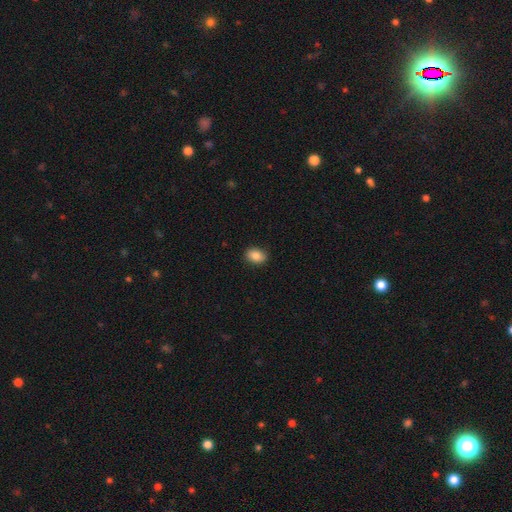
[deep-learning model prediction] smooth-or-featured: smooth: 86% | star or artifact: 8% | featured or disk: 5%
  how-rounded: in between: 77% | round: 22% | cigar-shaped: 1%
  merging: none: 89% | minor disturbance: 8% | major disturbance: 2% | merger: 1%